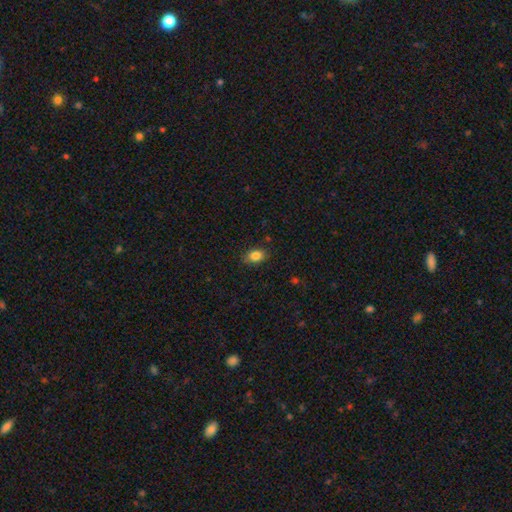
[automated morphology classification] Overall: smooth (84%). How rounded: in between (82%). Merging: none (83%).